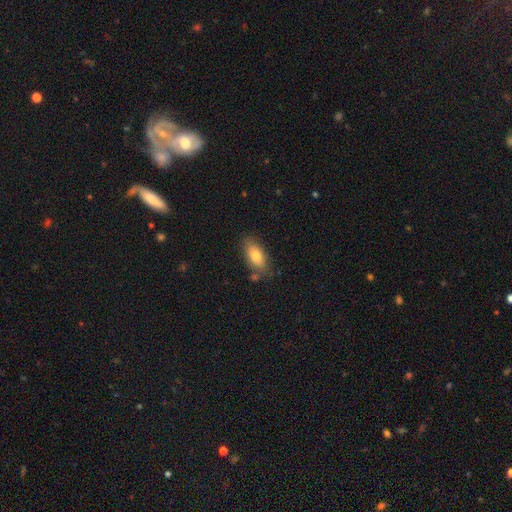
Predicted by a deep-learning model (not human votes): Q: Smooth or featured?
A: smooth (77%); runner-up: featured or disk (16%)
Q: How rounded?
A: in between (88%); runner-up: cigar-shaped (7%)
Q: Merging?
A: none (74%); runner-up: minor disturbance (17%)